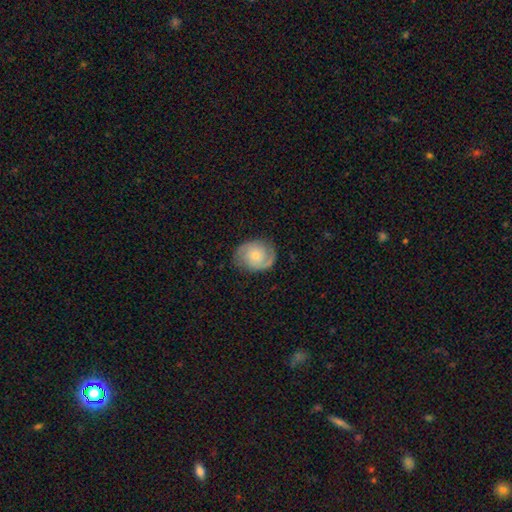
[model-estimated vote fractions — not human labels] This appears to be a featured or disk galaxy (68%) with no bar (74%), 2 (78%) tight (42%, tied with medium) spiral arms (91%) and a small central bulge (56%). Merging: none (76%).